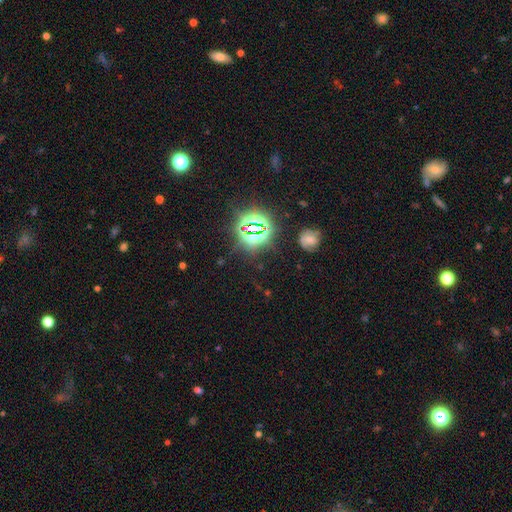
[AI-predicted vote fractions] Smooth or featured?
  - star or artifact: 79% *
  - smooth: 14%
  - featured or disk: 7%